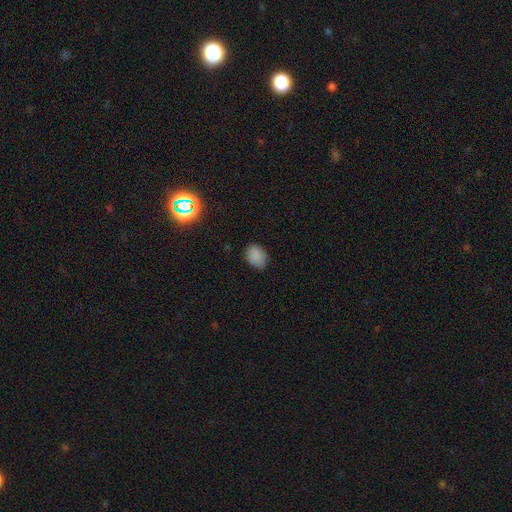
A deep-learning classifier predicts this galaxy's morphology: Smooth or featured? Predicted: smooth (p=0.84). How rounded? Predicted: in between (p=0.63). Merging? Predicted: none (p=0.79).